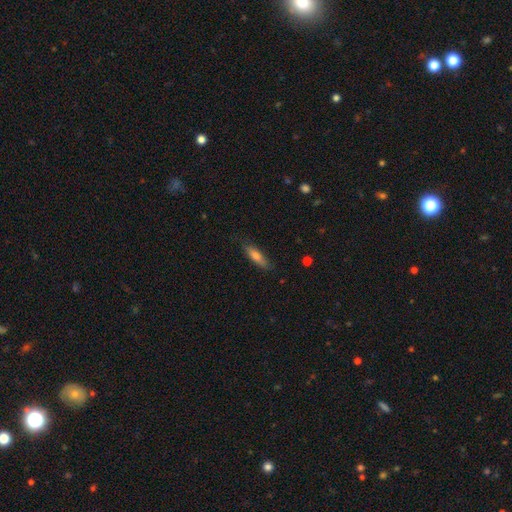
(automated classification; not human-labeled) A smooth galaxy with no disk features (67%) that is cigar-shaped (69%).

Vote fractions:
- Smooth or featured? smooth: 67% / featured or disk: 26% / star or artifact: 8%
- How rounded? cigar-shaped: 69% / in between: 29% / round: 2%
- Merging? none: 83% / minor disturbance: 14% / major disturbance: 3% / merger: 1%